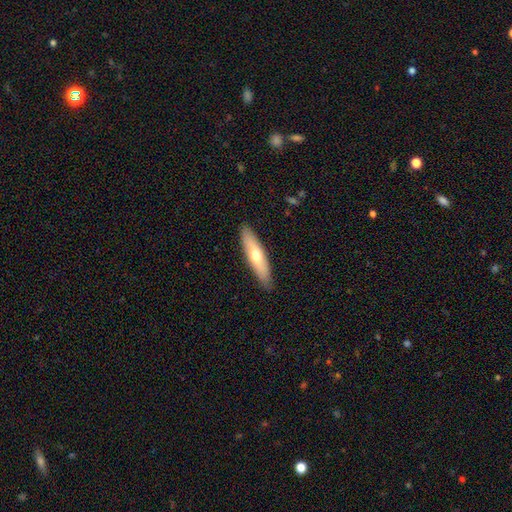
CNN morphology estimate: A smooth galaxy with no disk features (57%) that is cigar-shaped (74%).

Vote fractions:
- Smooth or featured? smooth: 57% / featured or disk: 38% / star or artifact: 6%
- How rounded? cigar-shaped: 74% / in between: 25% / round: 2%
- Merging? none: 88% / minor disturbance: 10% / major disturbance: 2% / merger: 1%